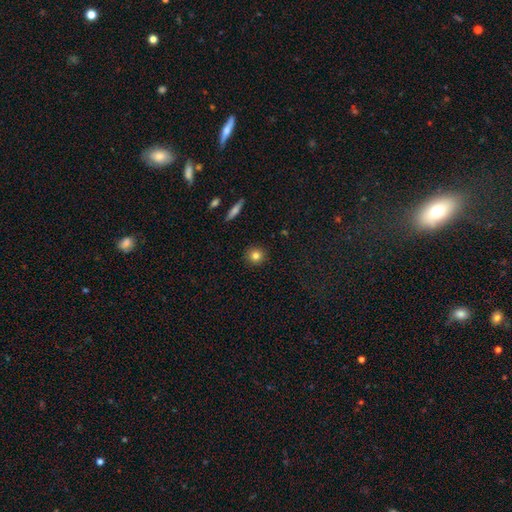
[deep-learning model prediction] smooth 82%, star or artifact 11%, featured or disk 8%. Down the decision tree: how rounded — round (92%); merging — none (91%).